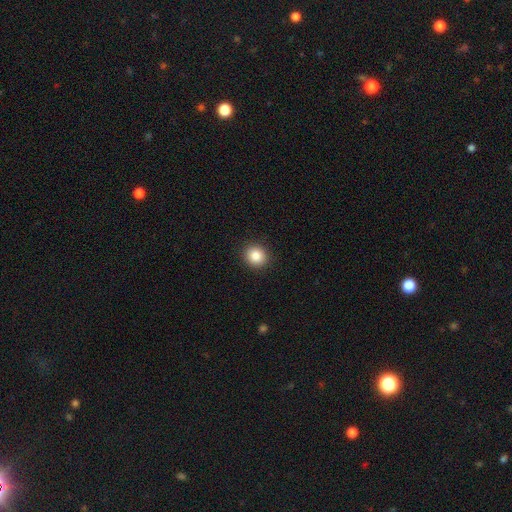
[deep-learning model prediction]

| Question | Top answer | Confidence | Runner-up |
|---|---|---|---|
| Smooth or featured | smooth | 86% | star or artifact (10%) |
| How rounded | round | 85% | in between (14%) |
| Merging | none | 92% | minor disturbance (5%) |